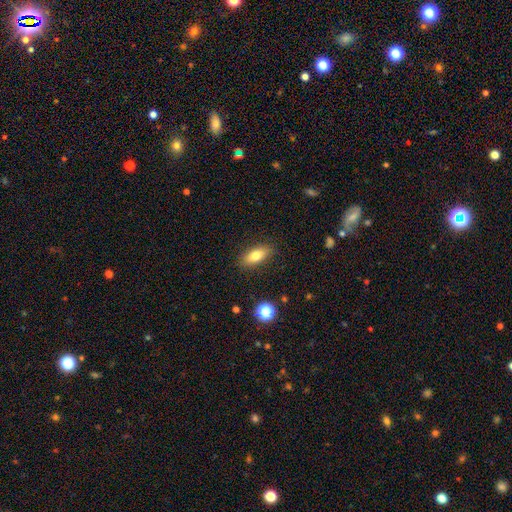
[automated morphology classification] This appears to be a smooth galaxy with no disk features (78%) that is in between round and cigar-shaped (78%). Merging: none (87%).